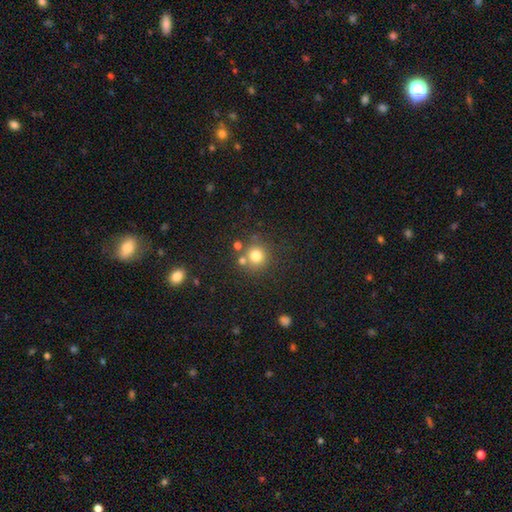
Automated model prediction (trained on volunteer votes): This is likely a smooth galaxy (77%). How rounded: clearly round (92%). Merging: likely none (72%).